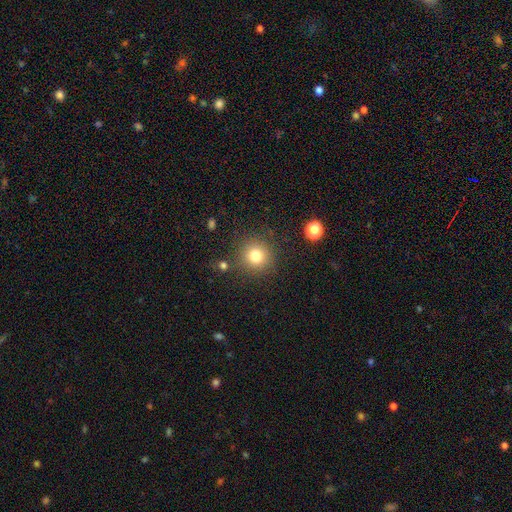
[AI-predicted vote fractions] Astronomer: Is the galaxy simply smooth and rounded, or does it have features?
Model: smooth — 79%.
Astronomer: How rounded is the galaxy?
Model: round — 93%.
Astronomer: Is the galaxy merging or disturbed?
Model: none — 85%.